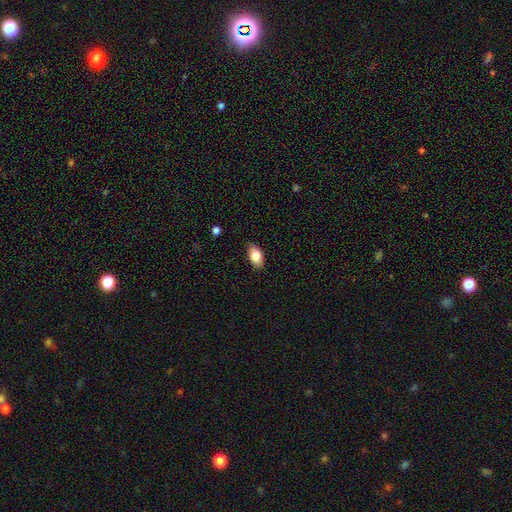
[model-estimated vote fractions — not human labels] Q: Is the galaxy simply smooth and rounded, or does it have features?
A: smooth — 81%.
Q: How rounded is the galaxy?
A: in between — 91%.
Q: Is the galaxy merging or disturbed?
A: none — 83%.